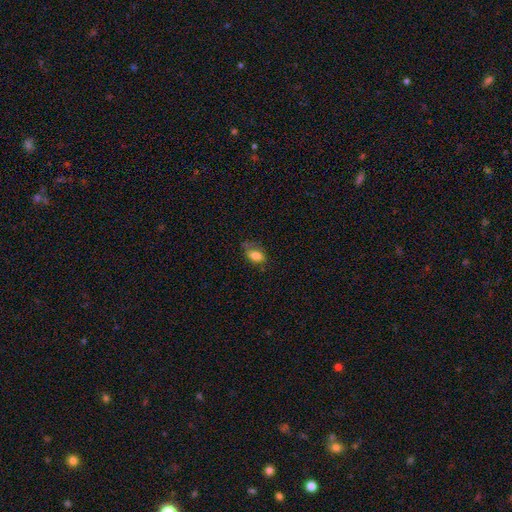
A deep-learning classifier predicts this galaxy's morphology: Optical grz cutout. It shows a smooth galaxy with no disk features (80%) that is in between round and cigar-shaped (86%). Merging: none (45%).